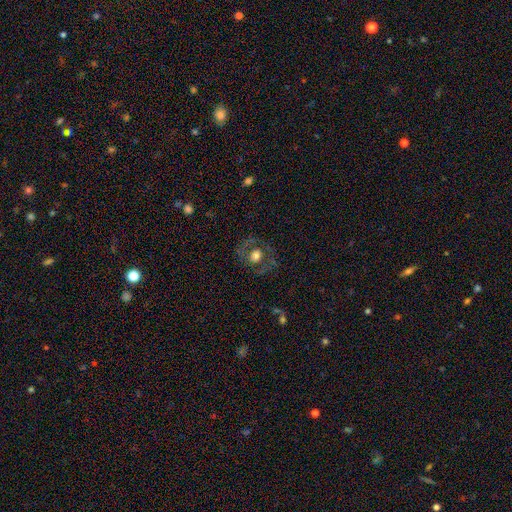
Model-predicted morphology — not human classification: The model was most divided on "smooth or featured": featured or disk: 46%, smooth: 44%, star or artifact: 10%. More confident: merging — none (74%).